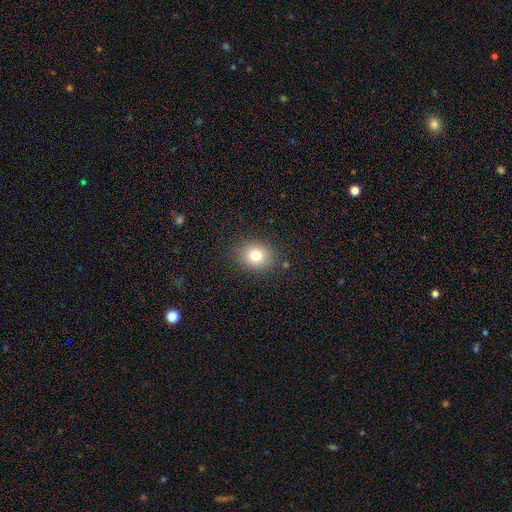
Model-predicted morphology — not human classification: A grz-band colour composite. It shows a smooth galaxy with no disk features (79%) that is round (60%). Merging: none (86%).